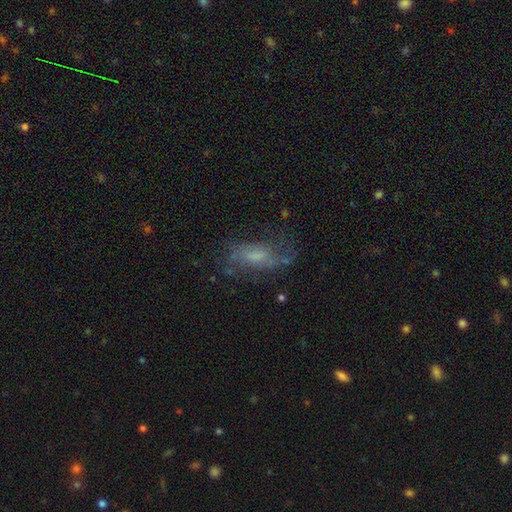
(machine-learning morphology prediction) The model was most divided on "smooth or featured": featured or disk: 52%, smooth: 37%, star or artifact: 12%. Remaining: edge-on disk — no (90%); merging — none (50%).